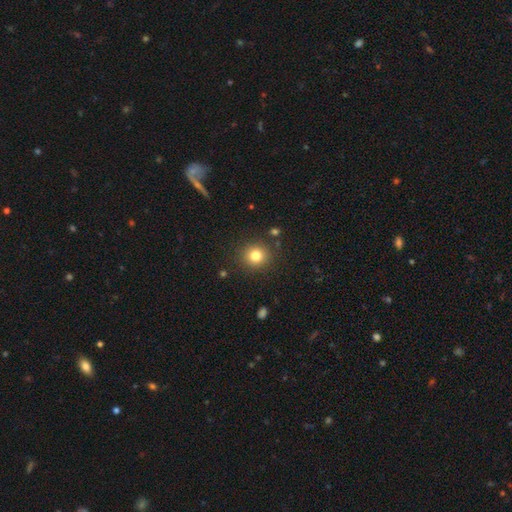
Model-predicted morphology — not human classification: The model was most divided on "smooth or featured": smooth: 81%, star or artifact: 12%, featured or disk: 7%. More confident: how rounded — round (90%); merging — none (89%).